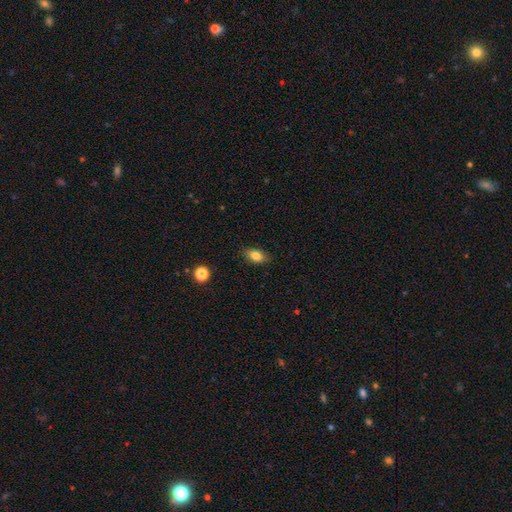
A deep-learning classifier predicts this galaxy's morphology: This is clearly a smooth galaxy (83%). How rounded: clearly in between (86%). Merging: clearly none (87%).